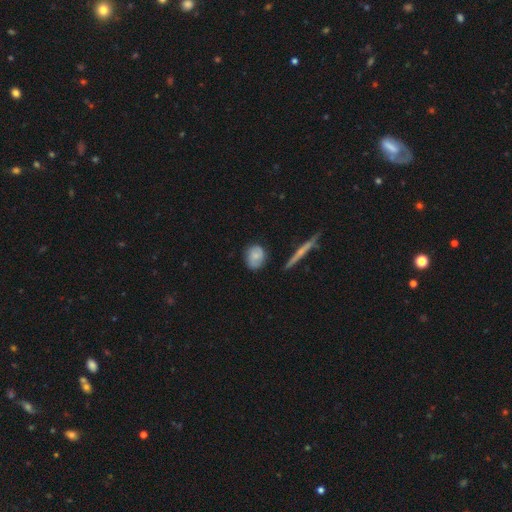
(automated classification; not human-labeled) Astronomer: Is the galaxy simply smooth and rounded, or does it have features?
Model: smooth — 67%.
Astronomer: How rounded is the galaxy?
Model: round — 53% (runner-up: in between, 43%).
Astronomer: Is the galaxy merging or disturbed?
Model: none — 75%.